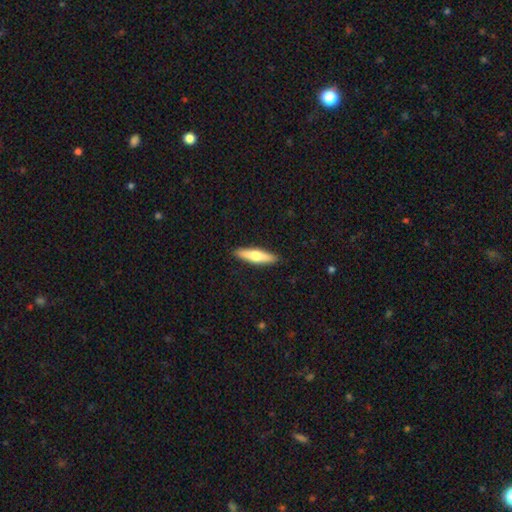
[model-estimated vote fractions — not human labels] Overall: smooth (56%; featured or disk 38%). How rounded: cigar-shaped (77%). Merging: none (91%).